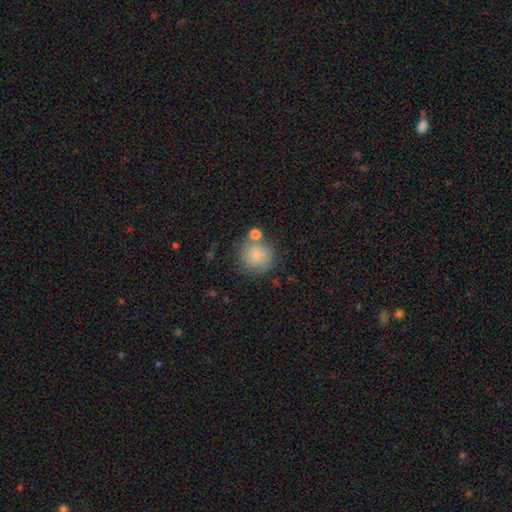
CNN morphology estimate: This is likely a smooth galaxy (79%). How rounded: clearly round (93%). Merging: likely none (67%).